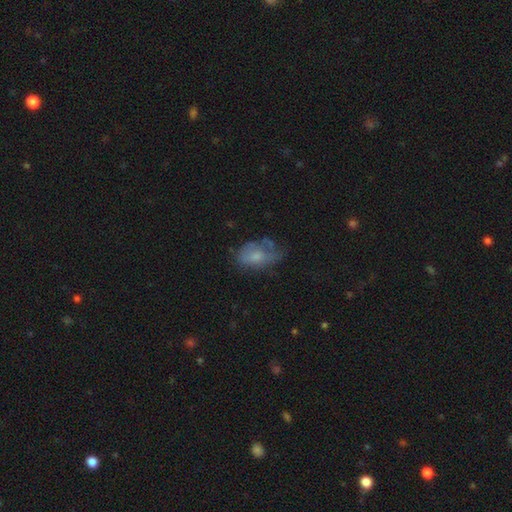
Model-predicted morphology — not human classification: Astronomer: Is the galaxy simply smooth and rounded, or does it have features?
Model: smooth — 53% (runner-up: featured or disk, 37%).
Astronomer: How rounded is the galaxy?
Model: in between — 88%.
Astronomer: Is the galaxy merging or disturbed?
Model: none — 42% (runner-up: minor disturbance, 31%).